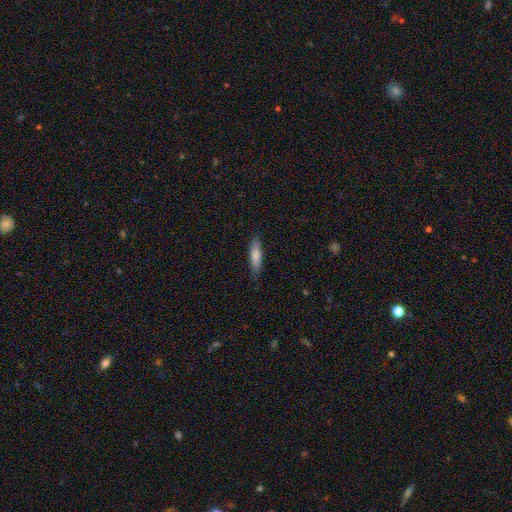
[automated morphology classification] A smooth galaxy with no disk features (79%) that is cigar-shaped (68%).

Vote fractions:
- Smooth or featured? smooth: 79% / featured or disk: 15% / star or artifact: 6%
- How rounded? cigar-shaped: 68% / in between: 31% / round: 2%
- Merging? none: 85% / minor disturbance: 12% / major disturbance: 2% / merger: 1%